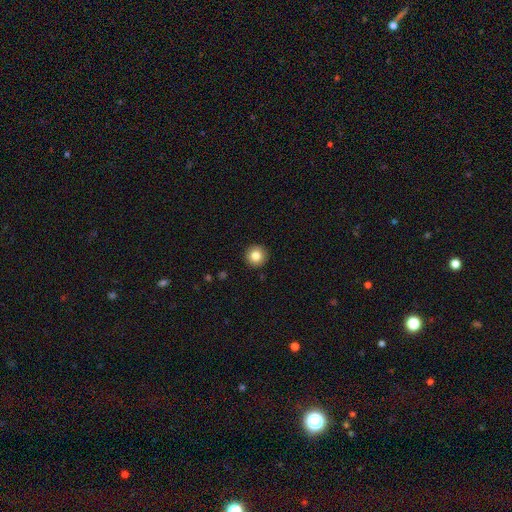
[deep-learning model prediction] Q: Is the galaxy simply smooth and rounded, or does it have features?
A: smooth — 83%.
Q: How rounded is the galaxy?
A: round — 96%.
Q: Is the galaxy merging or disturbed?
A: none — 93%.